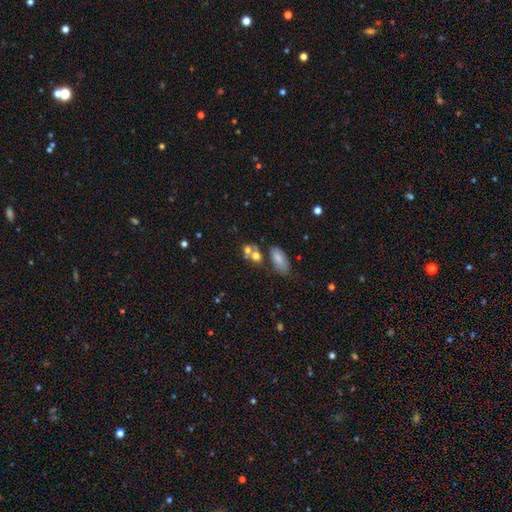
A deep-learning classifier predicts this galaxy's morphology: smooth_or_featured: smooth (p=0.70) [alt: featured or disk p=0.16]
how_rounded: in between (p=0.52) [alt: round p=0.43]
merging: none (p=0.45) [alt: merger p=0.37]